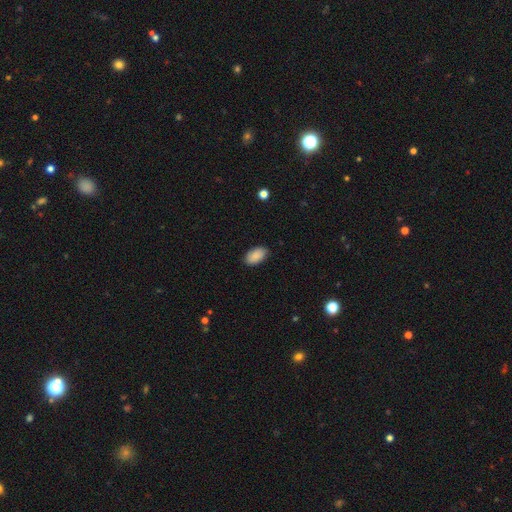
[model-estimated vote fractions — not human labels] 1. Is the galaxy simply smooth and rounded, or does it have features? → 89% smooth, 7% star or artifact, 4% featured or disk.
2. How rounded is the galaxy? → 94% in between, 4% round, 2% cigar-shaped.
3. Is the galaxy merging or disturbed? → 87% none, 10% minor disturbance, 2% major disturbance, 1% merger.